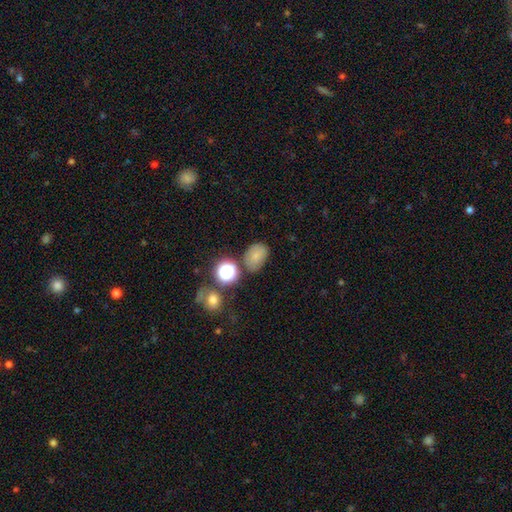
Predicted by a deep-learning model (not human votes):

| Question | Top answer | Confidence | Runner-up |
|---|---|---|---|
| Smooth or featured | smooth | 66% | star or artifact (20%) |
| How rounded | in between | 68% | round (31%) |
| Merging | none | 68% | minor disturbance (19%) |